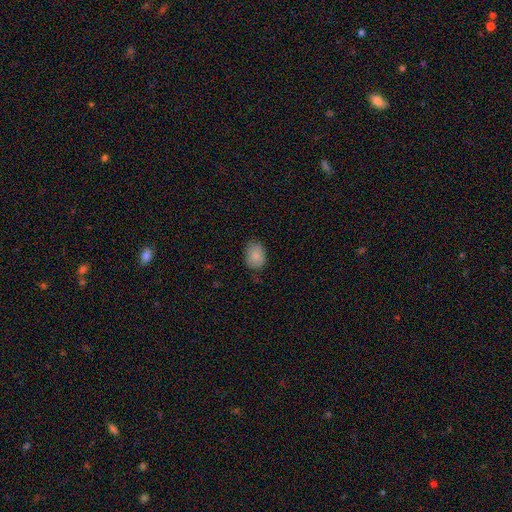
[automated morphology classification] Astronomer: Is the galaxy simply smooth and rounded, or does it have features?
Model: smooth — 86%.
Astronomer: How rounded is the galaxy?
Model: in between — 66%.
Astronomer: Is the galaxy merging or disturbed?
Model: none — 76%.